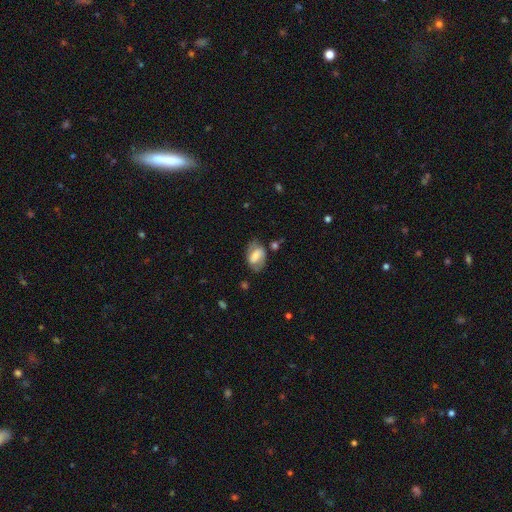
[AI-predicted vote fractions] Smooth or featured? featured or disk (53%)
Edge-on disk? no (95%)
Bar? strong (41%)
Spiral arms? yes (72%)
Bulge size? moderate (39%)
Merging? none (68%)